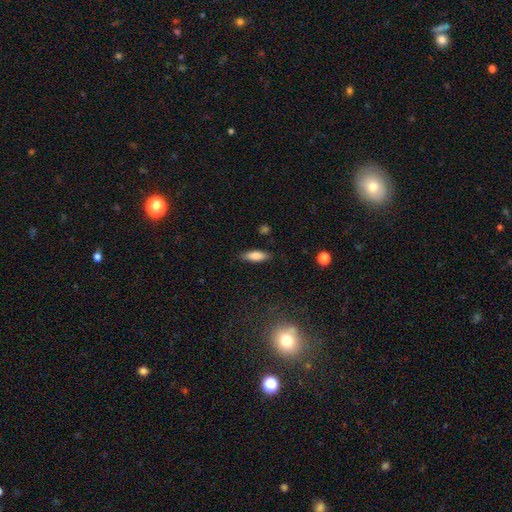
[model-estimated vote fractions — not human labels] Morphology: type=smooth (81%); roundness=in between (63%); merging=none (85%).